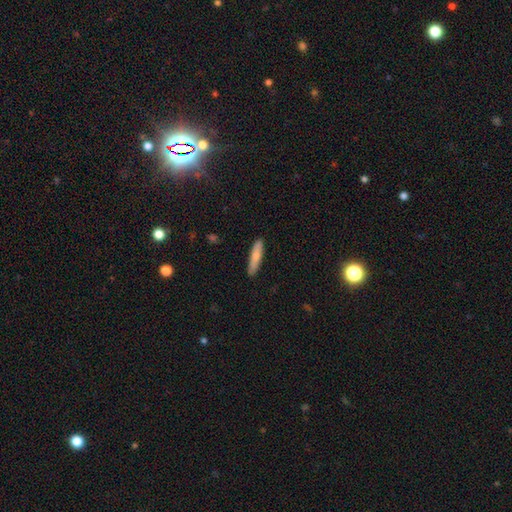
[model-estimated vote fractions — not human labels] This appears to be a smooth galaxy with no disk features (78%) that is cigar-shaped (86%). Merging: none (87%).